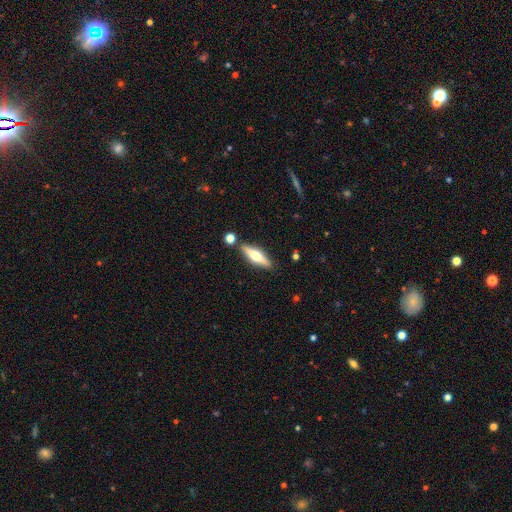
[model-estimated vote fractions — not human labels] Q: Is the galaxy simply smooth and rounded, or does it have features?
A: featured or disk — 54%.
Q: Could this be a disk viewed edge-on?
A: yes — 93%.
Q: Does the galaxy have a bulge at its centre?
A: rounded — 94%.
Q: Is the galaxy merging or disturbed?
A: none — 85%.